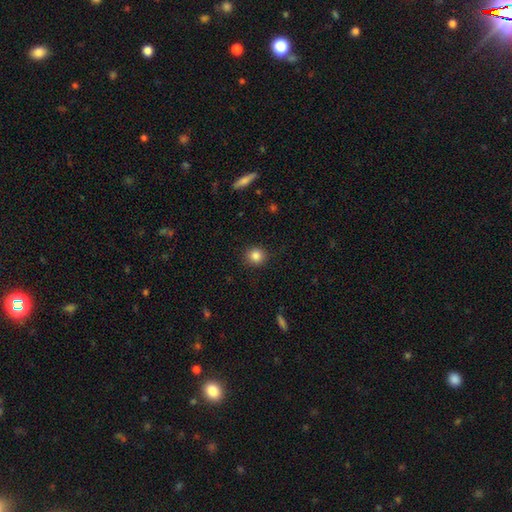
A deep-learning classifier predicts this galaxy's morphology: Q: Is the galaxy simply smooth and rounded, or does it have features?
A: smooth — 85%.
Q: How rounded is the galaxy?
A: round — 89%.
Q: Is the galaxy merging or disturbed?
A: none — 90%.